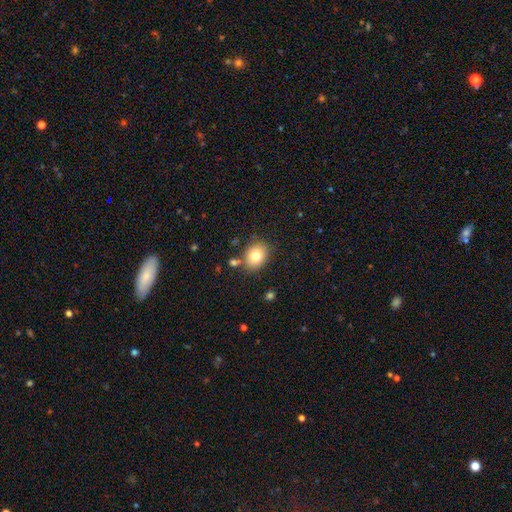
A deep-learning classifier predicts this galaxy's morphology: Q: Smooth or featured?
A: smooth (79%); runner-up: featured or disk (11%)
Q: How rounded?
A: in between (51%); runner-up: round (48%)
Q: Merging?
A: none (77%); runner-up: minor disturbance (12%)